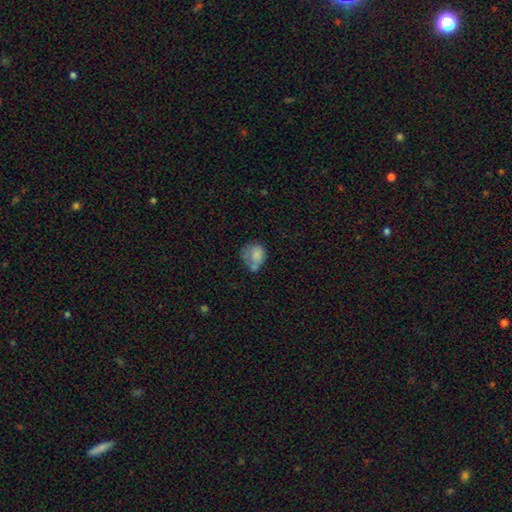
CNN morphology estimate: The model was most divided on "how rounded": in between: 50%, round: 49%, cigar-shaped: 1%. Remaining: smooth or featured — smooth (70%); merging — minor disturbance (32%).